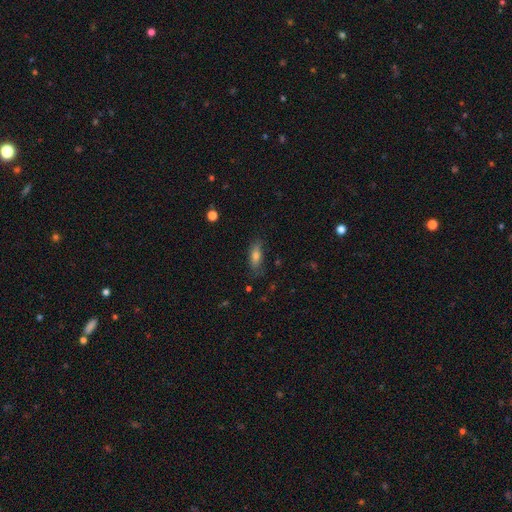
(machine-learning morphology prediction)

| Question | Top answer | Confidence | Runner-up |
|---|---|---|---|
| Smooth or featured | smooth | 69% | featured or disk (21%) |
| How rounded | in between | 62% | cigar-shaped (35%) |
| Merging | none | 75% | minor disturbance (18%) |